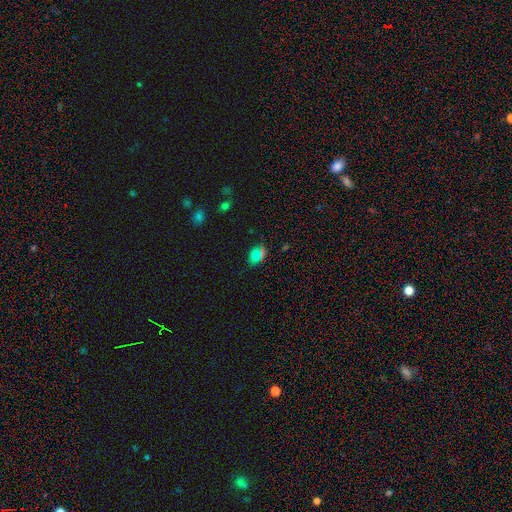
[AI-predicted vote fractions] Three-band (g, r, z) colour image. It shows a smooth galaxy with no disk features (65%) that is in between round and cigar-shaped (70%). Merging: none (75%).